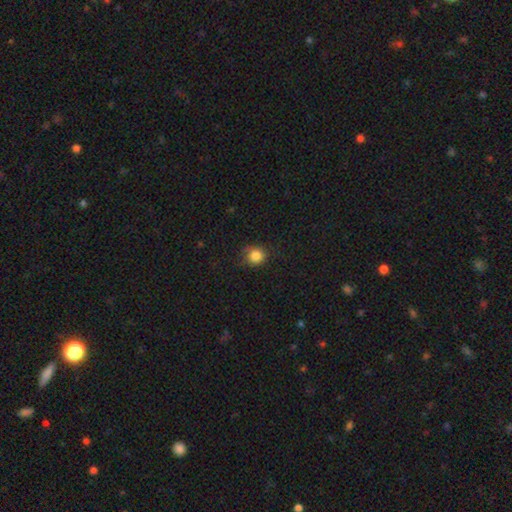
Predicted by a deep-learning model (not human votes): smooth 84%, star or artifact 11%, featured or disk 5%. Down the decision tree: how rounded — round (84%); merging — none (75%).